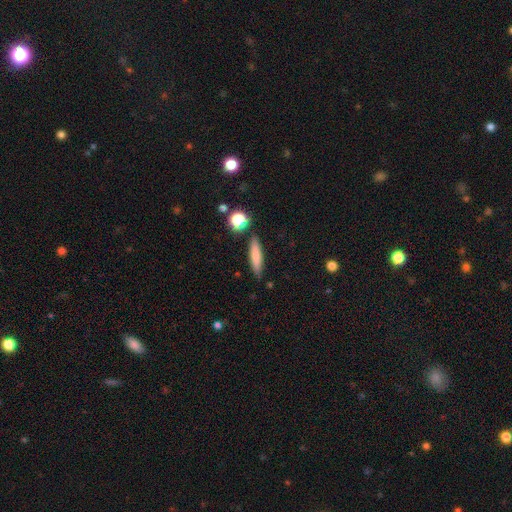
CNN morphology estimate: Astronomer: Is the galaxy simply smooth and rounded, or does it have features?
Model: smooth — 78%.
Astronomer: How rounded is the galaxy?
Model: cigar-shaped — 81%.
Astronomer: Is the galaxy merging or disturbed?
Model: none — 84%.